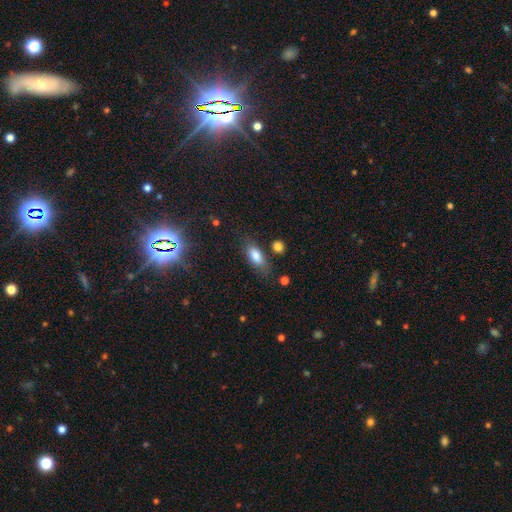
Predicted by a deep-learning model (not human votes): Q: Smooth or featured?
A: smooth (80%); runner-up: featured or disk (11%)
Q: How rounded?
A: in between (81%); runner-up: cigar-shaped (15%)
Q: Merging?
A: none (73%); runner-up: minor disturbance (17%)